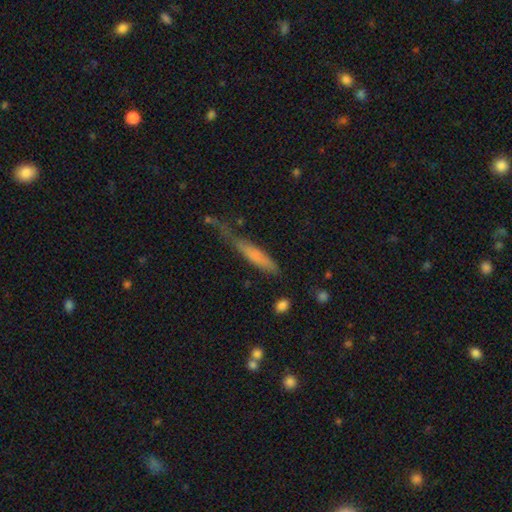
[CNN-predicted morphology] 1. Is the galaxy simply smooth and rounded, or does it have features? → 67% smooth, 25% featured or disk, 7% star or artifact.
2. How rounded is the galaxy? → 88% cigar-shaped, 10% in between, 2% round.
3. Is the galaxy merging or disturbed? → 37% none, 32% minor disturbance, 24% major disturbance, 7% merger.